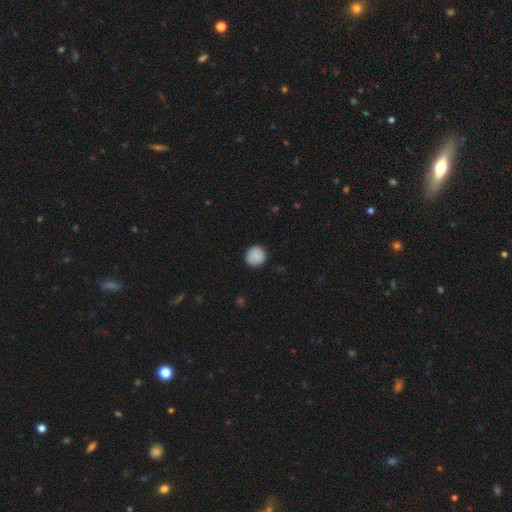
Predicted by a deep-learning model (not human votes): Q: Smooth or featured?
A: smooth (88%); runner-up: star or artifact (8%)
Q: How rounded?
A: round (92%); runner-up: in between (7%)
Q: Merging?
A: none (89%); runner-up: minor disturbance (8%)